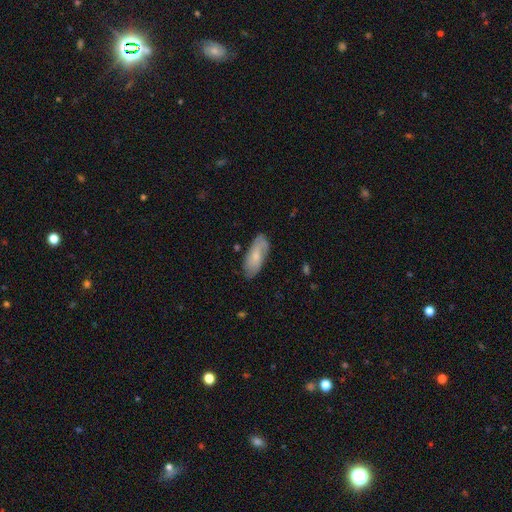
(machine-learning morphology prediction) smooth-or-featured: smooth: 58% | featured or disk: 36% | star or artifact: 6%
  how-rounded: in between: 80% | cigar-shaped: 18% | round: 2%
  merging: none: 74% | minor disturbance: 20% | major disturbance: 4% | merger: 2%